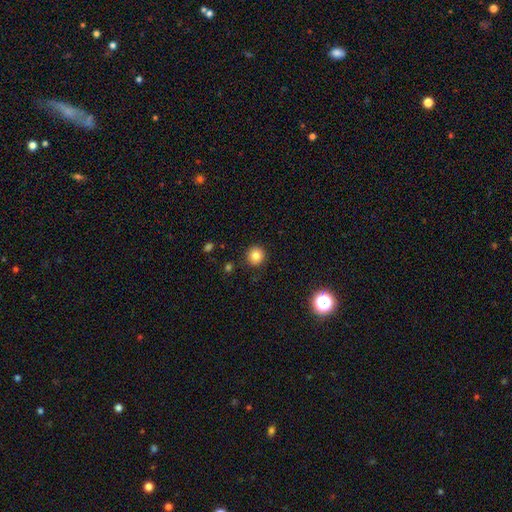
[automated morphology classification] Smooth or featured: smooth — 82% (star or artifact — 11%)
How rounded: round — 93% (in between — 6%)
Merging: none — 89% (minor disturbance — 7%)